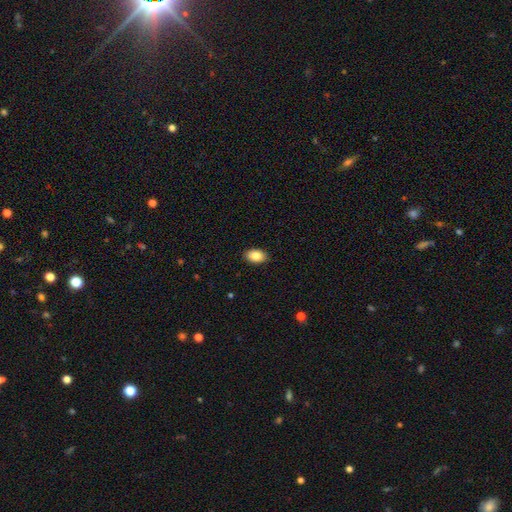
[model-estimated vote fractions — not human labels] A smooth galaxy with no disk features (86%) that is in between round and cigar-shaped (89%).

Vote fractions:
- Smooth or featured? smooth: 86% / star or artifact: 8% / featured or disk: 6%
- How rounded? in between: 89% / round: 9% / cigar-shaped: 1%
- Merging? none: 90% / minor disturbance: 7% / major disturbance: 2% / merger: 1%